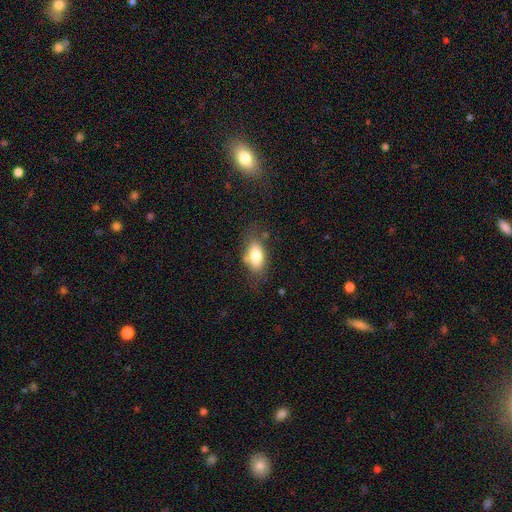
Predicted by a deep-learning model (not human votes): smooth-or-featured: smooth: 77% | featured or disk: 15% | star or artifact: 8%
  how-rounded: in between: 88% | round: 7% | cigar-shaped: 5%
  merging: none: 65% | minor disturbance: 22% | major disturbance: 9% | merger: 5%